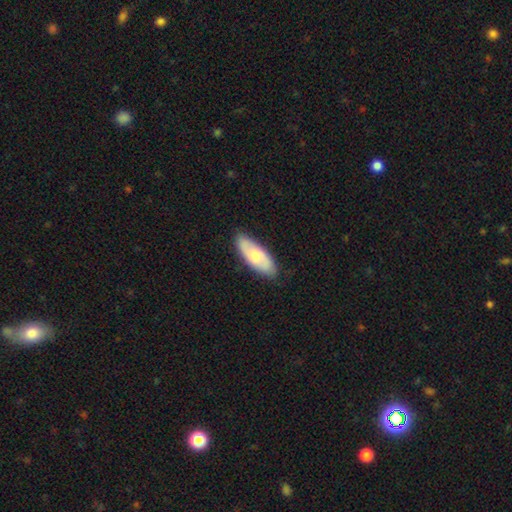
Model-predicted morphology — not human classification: smooth-or-featured: smooth: 59% | featured or disk: 35% | star or artifact: 5%
  how-rounded: in between: 74% | cigar-shaped: 24% | round: 2%
  merging: none: 85% | minor disturbance: 12% | major disturbance: 2% | merger: 1%